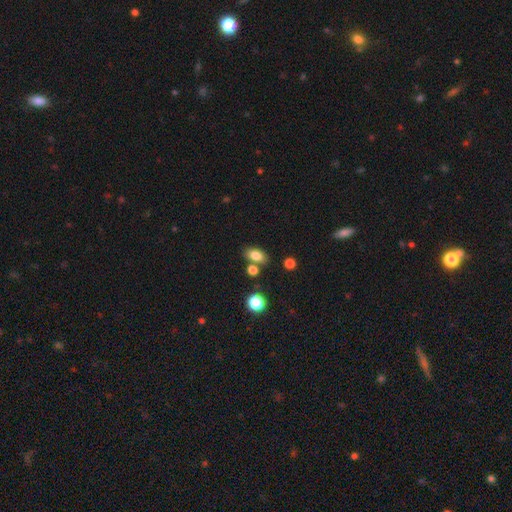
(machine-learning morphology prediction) A smooth galaxy with no disk features (81%) that is in between round and cigar-shaped (84%).

Vote fractions:
- Smooth or featured? smooth: 81% / star or artifact: 11% / featured or disk: 8%
- How rounded? in between: 84% / round: 13% / cigar-shaped: 3%
- Merging? none: 70% / merger: 15% / minor disturbance: 12% / major disturbance: 3%